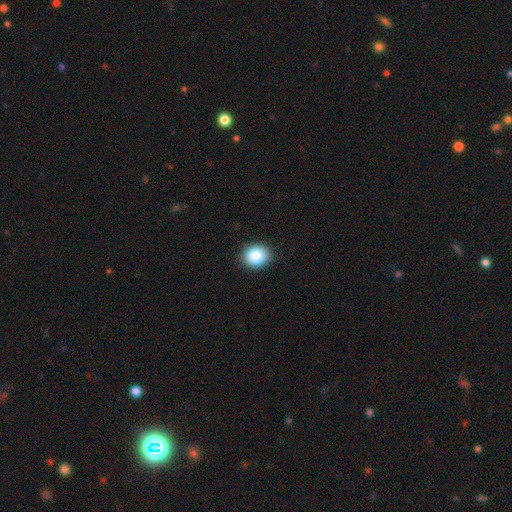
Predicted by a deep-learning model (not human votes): smooth 85%, star or artifact 9%, featured or disk 6%. Down the decision tree: how rounded — round (62%); merging — none (88%).